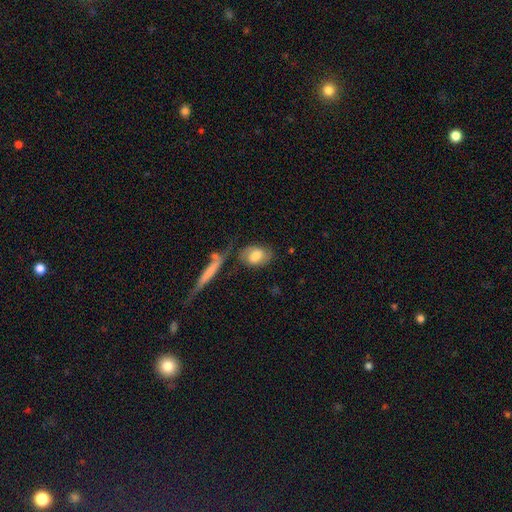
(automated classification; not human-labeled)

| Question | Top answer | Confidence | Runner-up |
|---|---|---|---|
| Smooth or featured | smooth | 73% | featured or disk (21%) |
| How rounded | in between | 82% | round (14%) |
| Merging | none | 57% | minor disturbance (20%) |